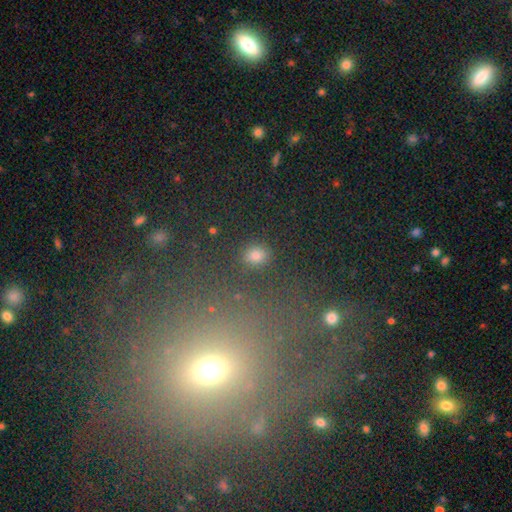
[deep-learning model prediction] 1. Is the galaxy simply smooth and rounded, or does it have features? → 53% smooth, 33% star or artifact, 14% featured or disk.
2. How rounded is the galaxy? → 72% round, 26% in between, 2% cigar-shaped.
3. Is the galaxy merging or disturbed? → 79% none, 9% minor disturbance, 7% major disturbance, 5% merger.